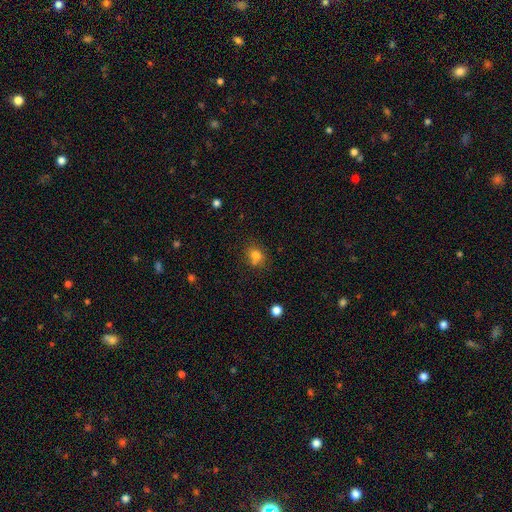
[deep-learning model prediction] This is likely a smooth galaxy (79%). How rounded: likely round (69%). Merging: likely none (67%).